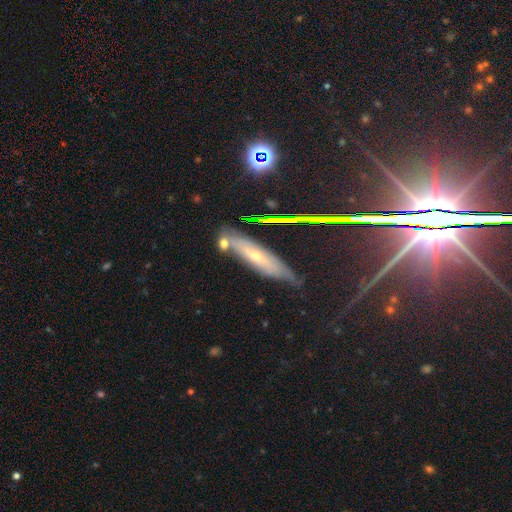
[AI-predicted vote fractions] Morphology: type=featured or disk (52%); edge-on=yes (60%); merging=none (73%).